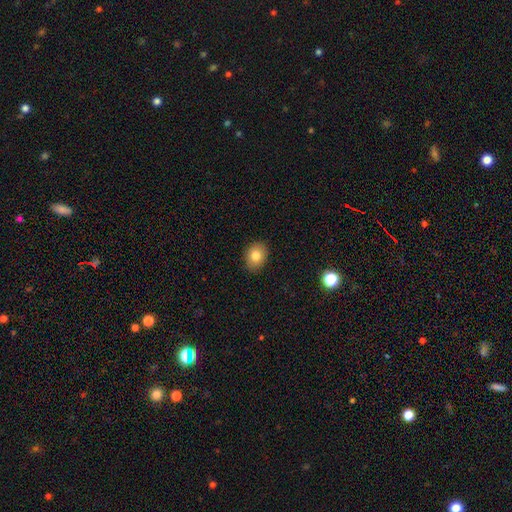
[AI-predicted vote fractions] smooth-or-featured: smooth: 80% | featured or disk: 11% | star or artifact: 10%
  how-rounded: in between: 54% | round: 45% | cigar-shaped: 1%
  merging: none: 89% | minor disturbance: 8% | major disturbance: 2% | merger: 1%